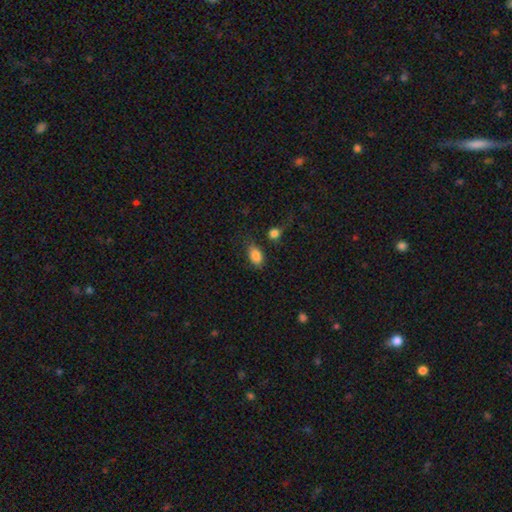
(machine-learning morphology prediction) The model was most divided on "merging": none: 70%, minor disturbance: 16%, merger: 8%, major disturbance: 6%. More confident: how rounded — in between (88%); smooth or featured — smooth (85%).